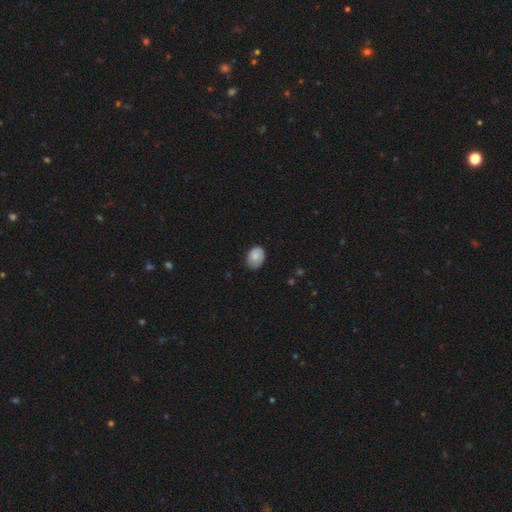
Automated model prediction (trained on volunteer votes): smooth_or_featured: smooth (p=0.78) [alt: featured or disk p=0.14]
how_rounded: in between (p=0.71) [alt: round p=0.28]
merging: none (p=0.73) [alt: minor disturbance p=0.22]